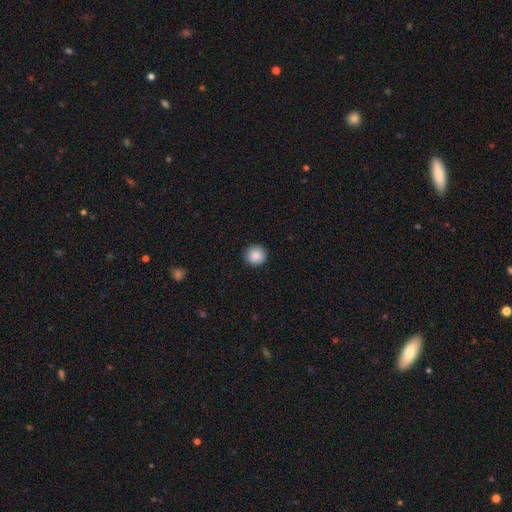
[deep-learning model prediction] smooth 88%, star or artifact 8%, featured or disk 4%. Down the decision tree: how rounded — round (94%); merging — none (92%).